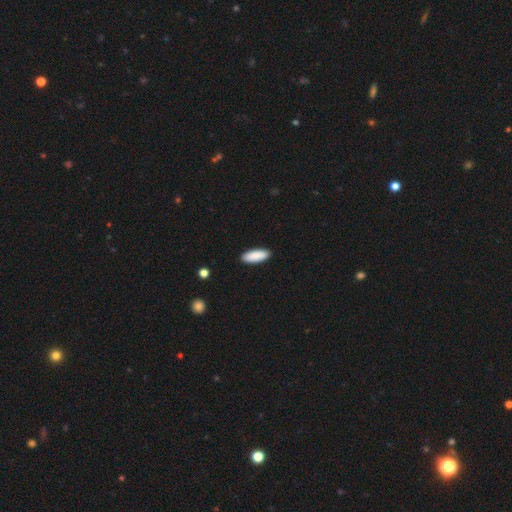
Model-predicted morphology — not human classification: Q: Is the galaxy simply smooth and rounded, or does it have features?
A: smooth — 90%.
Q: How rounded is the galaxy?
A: in between — 69%.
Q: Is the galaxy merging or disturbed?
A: none — 90%.